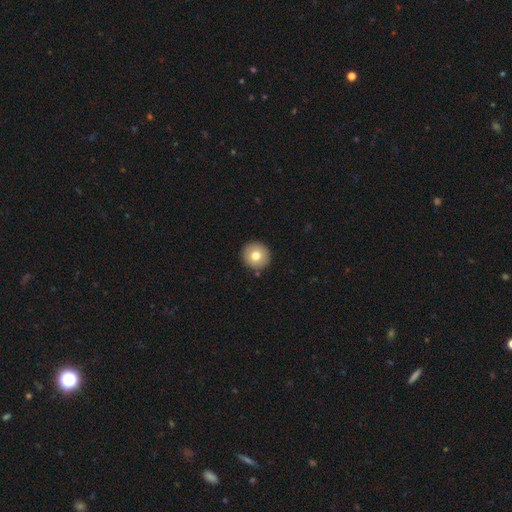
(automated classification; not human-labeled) Smooth or featured? smooth (77%)
How rounded? round (94%)
Merging? none (91%)